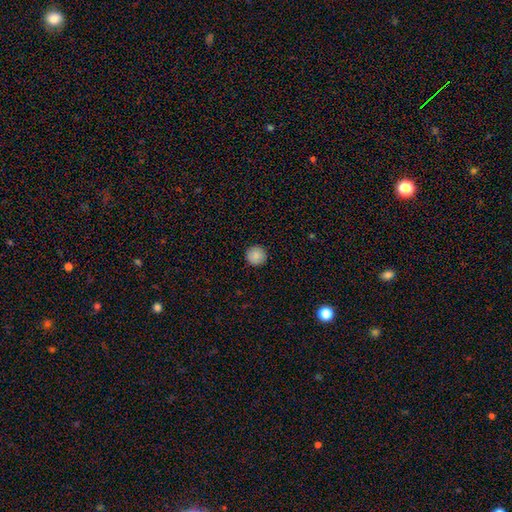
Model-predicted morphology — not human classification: Smooth or featured: smooth — 87% (star or artifact — 8%)
How rounded: round — 96% (in between — 3%)
Merging: none — 93% (minor disturbance — 5%)